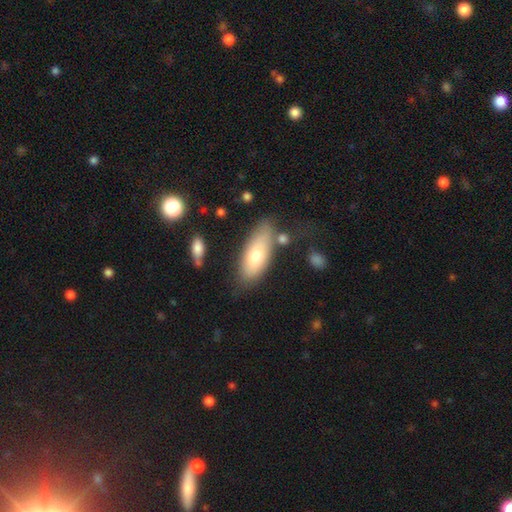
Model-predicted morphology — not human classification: Q: Smooth or featured?
A: smooth (71%); runner-up: featured or disk (23%)
Q: How rounded?
A: in between (79%); runner-up: cigar-shaped (19%)
Q: Merging?
A: none (68%); runner-up: minor disturbance (20%)